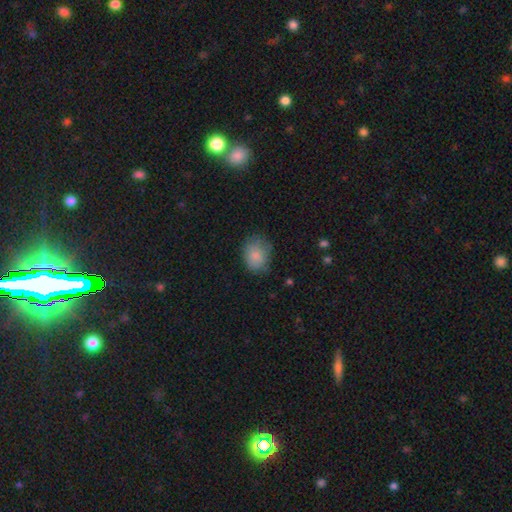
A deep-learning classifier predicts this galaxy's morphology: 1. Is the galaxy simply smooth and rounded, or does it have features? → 84% smooth, 9% featured or disk, 8% star or artifact.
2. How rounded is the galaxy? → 56% in between, 43% round, 1% cigar-shaped.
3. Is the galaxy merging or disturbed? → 67% none, 25% minor disturbance, 7% major disturbance, 1% merger.